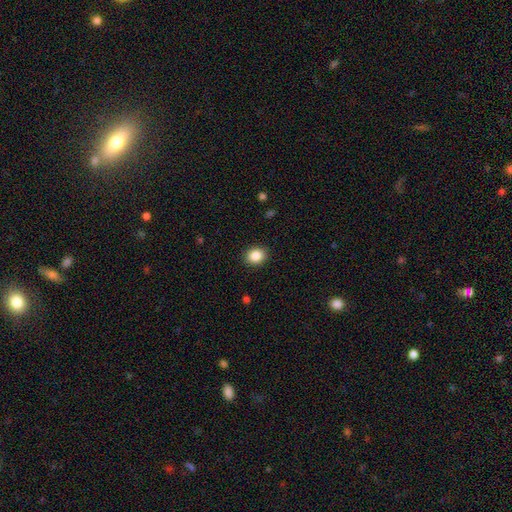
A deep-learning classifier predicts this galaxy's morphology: smooth 87%, star or artifact 9%, featured or disk 4%. Down the decision tree: how rounded — round (61%); merging — none (90%).